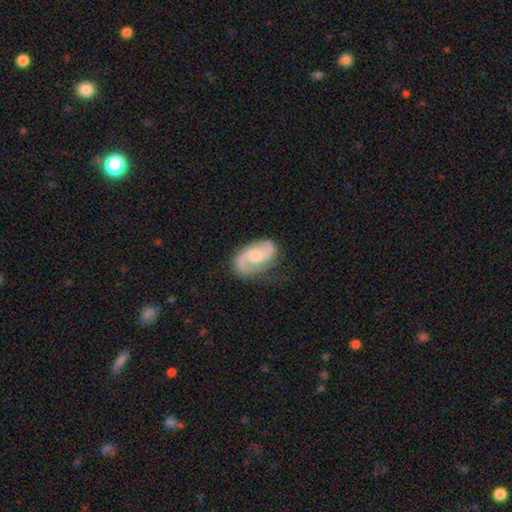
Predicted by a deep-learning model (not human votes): smooth_or_featured: featured or disk (p=0.86) [alt: smooth p=0.10]
disk_edge_on: no (p=0.97) [alt: yes p=0.03]
bar: no (p=0.57) [alt: weak p=0.37]
has_spiral_arms: yes (p=0.97) [alt: no p=0.03]
spiral_winding: medium (p=0.53) [alt: loose p=0.25]
spiral_arm_count: 2 (p=0.90) [alt: can't tell p=0.03]
bulge_size: moderate (p=0.52) [alt: small p=0.39]
merging: none (p=0.74) [alt: minor disturbance p=0.18]